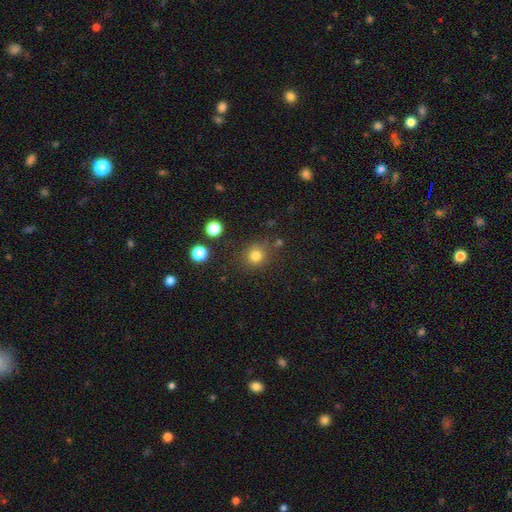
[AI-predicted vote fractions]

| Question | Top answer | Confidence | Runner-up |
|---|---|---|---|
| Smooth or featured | smooth | 80% | star or artifact (14%) |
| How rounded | round | 87% | in between (12%) |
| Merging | none | 78% | minor disturbance (12%) |